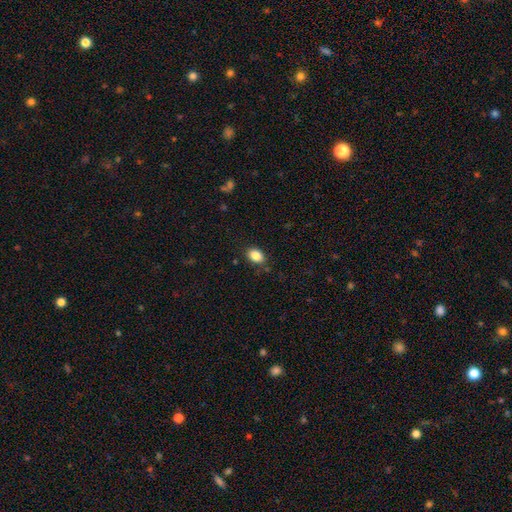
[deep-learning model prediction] Smooth or featured? smooth (86%)
How rounded? in between (78%)
Merging? none (84%)